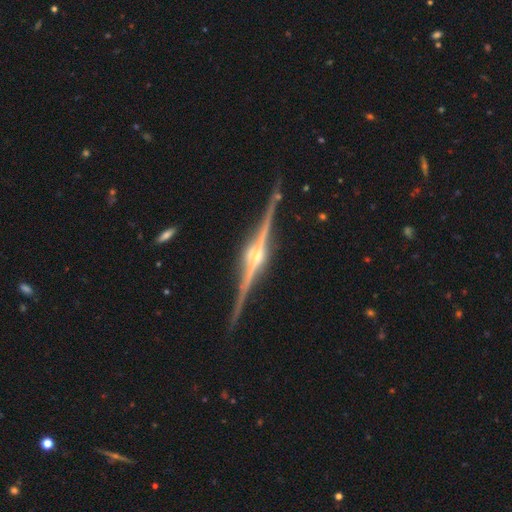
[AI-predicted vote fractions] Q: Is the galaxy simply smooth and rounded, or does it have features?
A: featured or disk — 92%.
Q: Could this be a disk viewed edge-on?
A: yes — 99%.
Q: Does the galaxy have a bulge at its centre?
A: rounded — 86%.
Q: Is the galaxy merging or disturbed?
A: none — 90%.